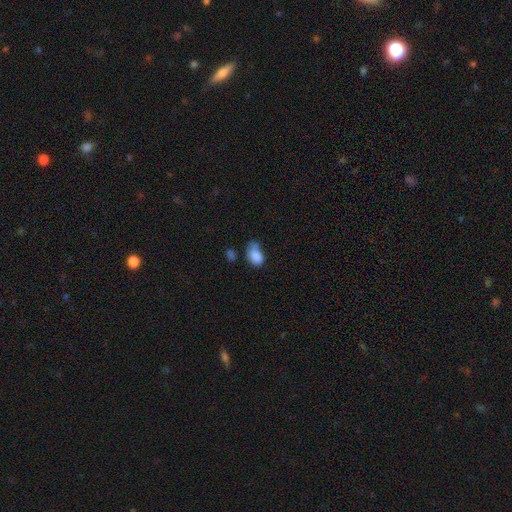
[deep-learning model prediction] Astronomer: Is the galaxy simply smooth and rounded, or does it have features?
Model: smooth — 84%.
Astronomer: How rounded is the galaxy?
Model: in between — 85%.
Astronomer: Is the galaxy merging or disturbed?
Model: minor disturbance — 38% (runner-up: none, 36%).